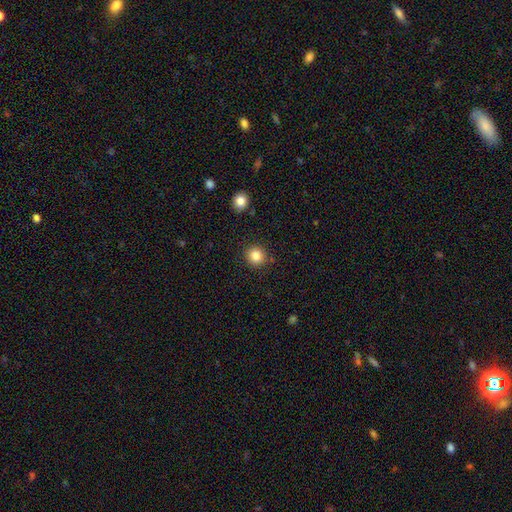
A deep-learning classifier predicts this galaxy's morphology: type=smooth (85%); roundness=round (92%); merging=none (89%).